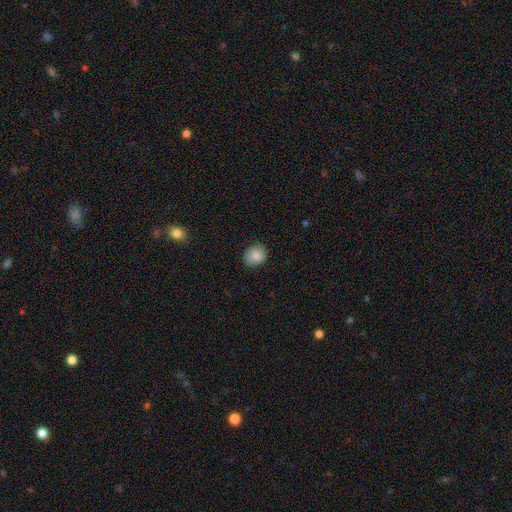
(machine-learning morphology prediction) Smooth or featured: smooth — 84% (star or artifact — 8%)
How rounded: round — 62% (in between — 37%)
Merging: none — 79% (minor disturbance — 17%)